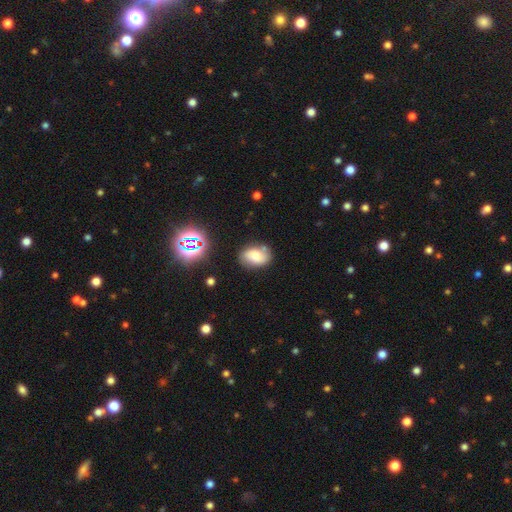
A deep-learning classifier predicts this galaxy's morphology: A smooth galaxy with no disk features (61%) that is in between round and cigar-shaped (76%). Merging: none (73%).